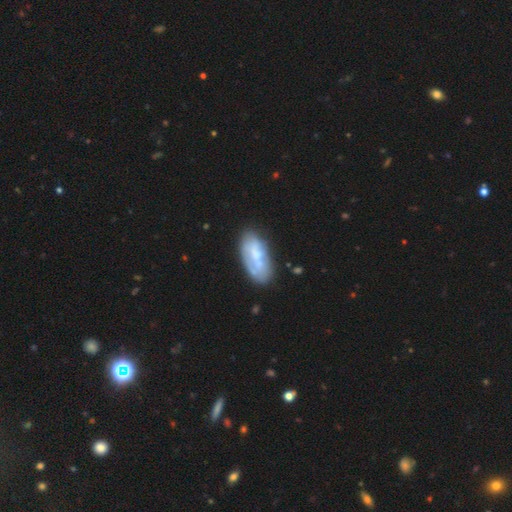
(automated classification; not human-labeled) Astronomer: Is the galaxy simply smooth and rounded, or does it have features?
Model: smooth — 48% (runner-up: featured or disk, 45%).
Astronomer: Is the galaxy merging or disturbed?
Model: none — 61%.